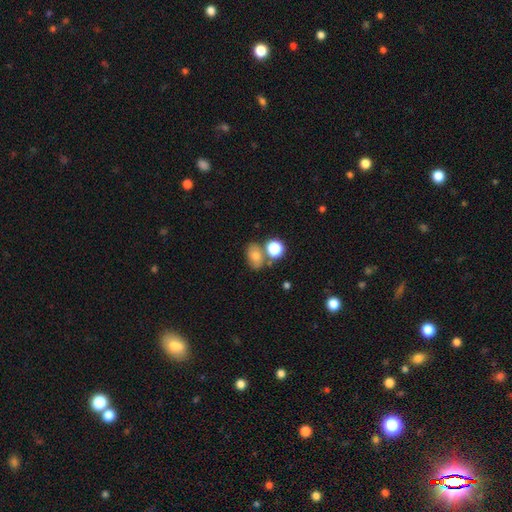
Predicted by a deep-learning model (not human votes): Morphology: type=smooth (71%); roundness=in between (69%); merging=none (60%).